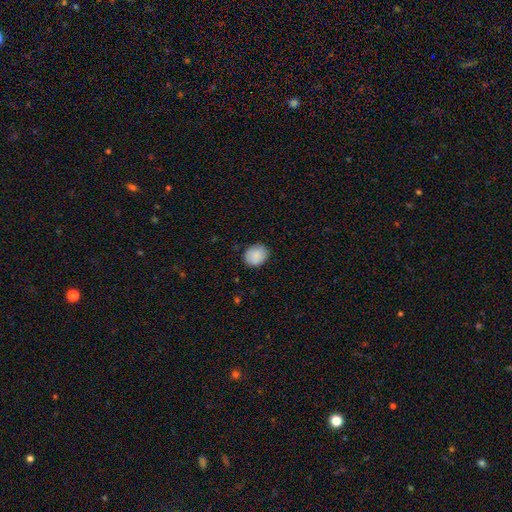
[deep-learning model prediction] This appears to be a smooth galaxy with no disk features (89%) that is round (66%). Merging: none (84%).